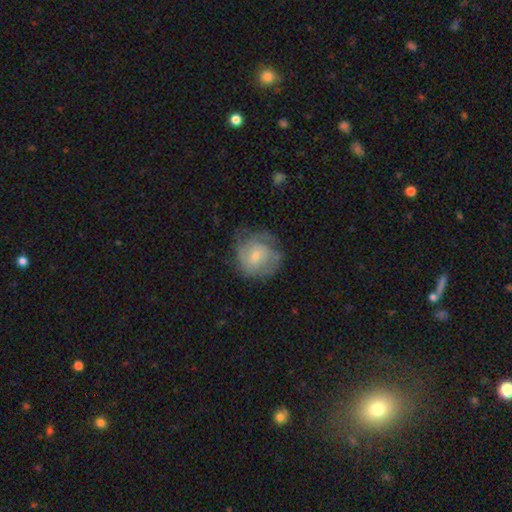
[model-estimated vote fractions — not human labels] smooth_or_featured: featured or disk (p=0.64) [alt: smooth p=0.29]
disk_edge_on: no (p=0.97) [alt: yes p=0.03]
bar: no (p=0.63) [alt: weak p=0.31]
has_spiral_arms: yes (p=0.85) [alt: no p=0.15]
spiral_winding: tight (p=0.51) [alt: medium p=0.37]
spiral_arm_count: can't tell (p=0.40) [alt: 2 p=0.22]
bulge_size: small (p=0.60) [alt: moderate p=0.33]
merging: none (p=0.65) [alt: minor disturbance p=0.22]